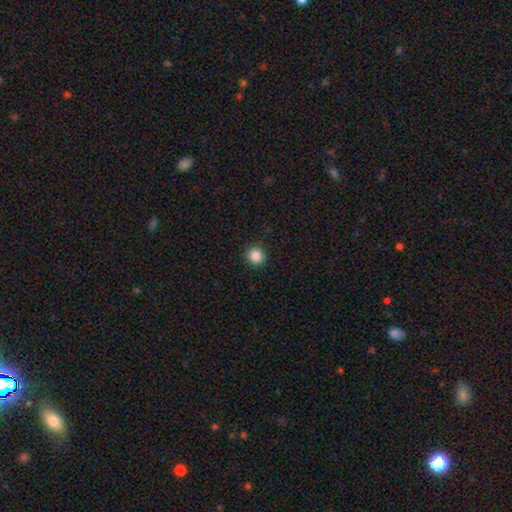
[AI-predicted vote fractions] Overall: smooth (86%). How rounded: round (93%). Merging: none (92%).